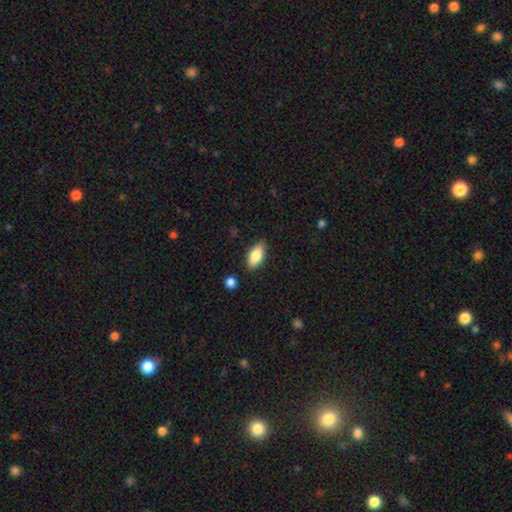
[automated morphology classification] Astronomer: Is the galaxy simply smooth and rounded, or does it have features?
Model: smooth — 78%.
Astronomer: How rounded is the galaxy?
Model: in between — 87%.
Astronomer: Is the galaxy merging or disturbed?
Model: none — 85%.